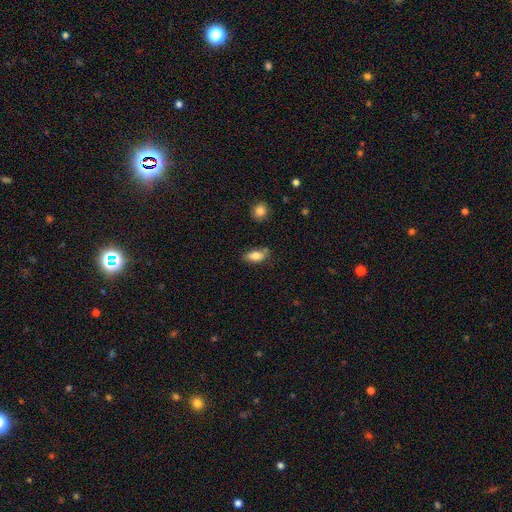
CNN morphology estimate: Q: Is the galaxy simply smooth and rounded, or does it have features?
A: smooth — 80%.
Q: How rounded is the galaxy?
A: in between — 87%.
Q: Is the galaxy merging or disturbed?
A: none — 70%.